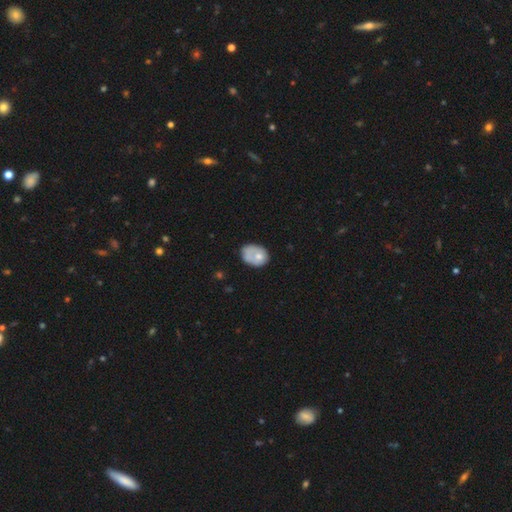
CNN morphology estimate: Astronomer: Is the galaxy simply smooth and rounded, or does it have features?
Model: smooth — 64%.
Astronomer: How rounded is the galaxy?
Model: in between — 69%.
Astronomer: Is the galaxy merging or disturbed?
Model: none — 40% (runner-up: minor disturbance, 31%).